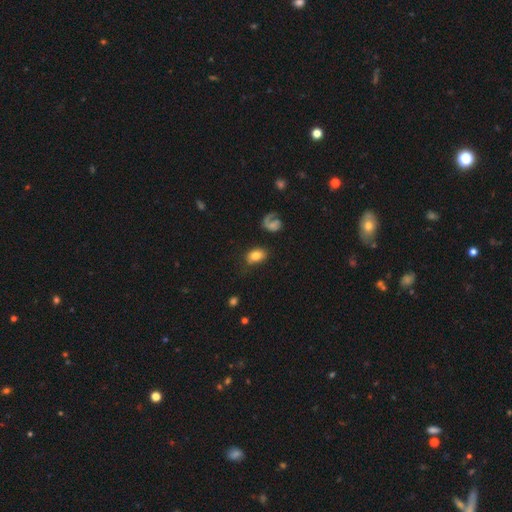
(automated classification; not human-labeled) Morphology: type=smooth (78%); roundness=in between (78%); merging=none (66%).